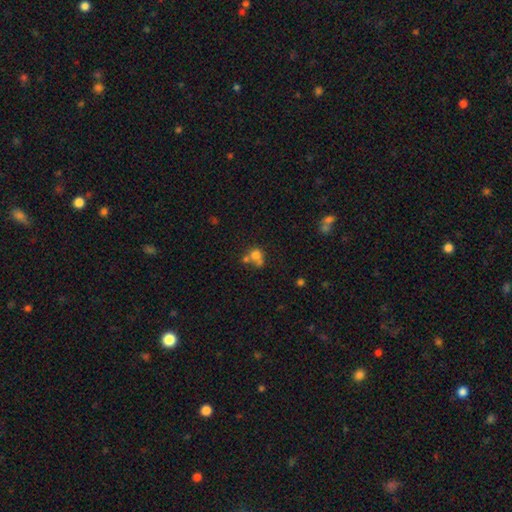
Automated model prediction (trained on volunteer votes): Q: Smooth or featured?
A: smooth (72%); runner-up: star or artifact (14%)
Q: How rounded?
A: round (80%); runner-up: in between (19%)
Q: Merging?
A: merger (48%); runner-up: none (37%)